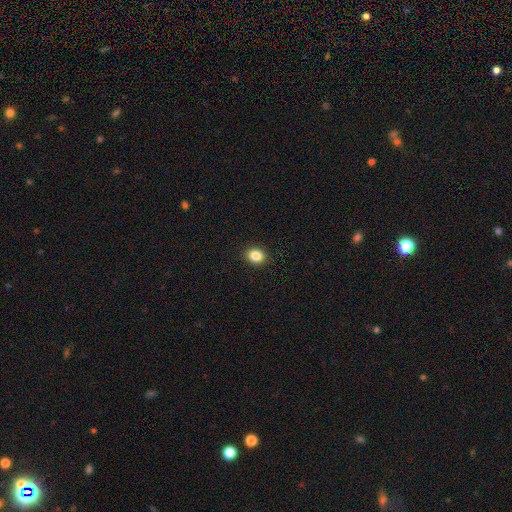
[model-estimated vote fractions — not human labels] Smooth or featured: smooth — 85% (star or artifact — 10%)
How rounded: in between — 54% (round — 45%)
Merging: none — 91% (minor disturbance — 7%)